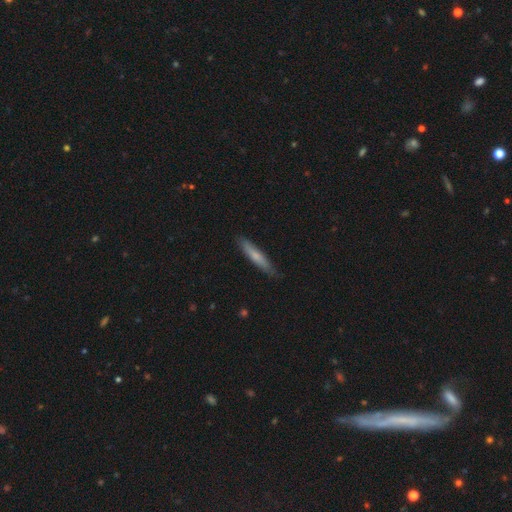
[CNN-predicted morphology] Smooth or featured: smooth — 65% (featured or disk — 29%)
How rounded: cigar-shaped — 90% (in between — 8%)
Merging: none — 86% (minor disturbance — 11%)